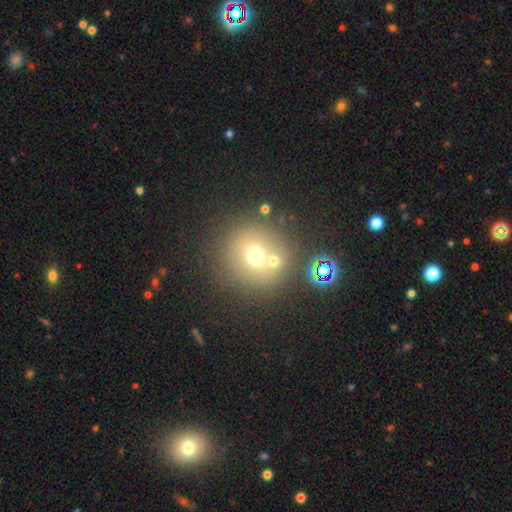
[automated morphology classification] The model was most divided on "merging": none: 61%, merger: 26%, minor disturbance: 9%, major disturbance: 5%. More confident: how rounded — round (89%); smooth or featured — smooth (64%).